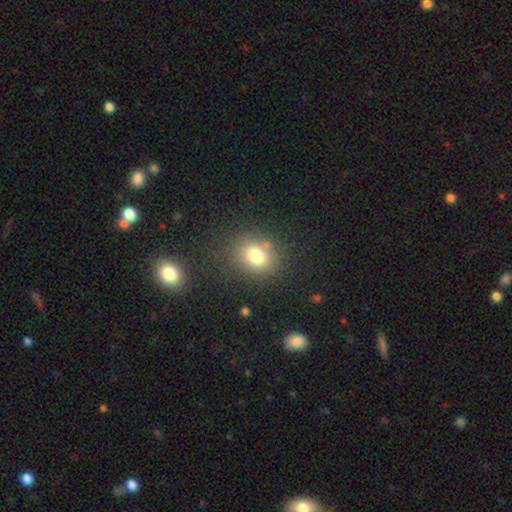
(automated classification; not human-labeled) A smooth galaxy with no disk features (77%) that is round (66%).

Vote fractions:
- Smooth or featured? smooth: 77% / star or artifact: 14% / featured or disk: 9%
- How rounded? round: 66% / in between: 33% / cigar-shaped: 1%
- Merging? none: 79% / minor disturbance: 12% / major disturbance: 5% / merger: 4%